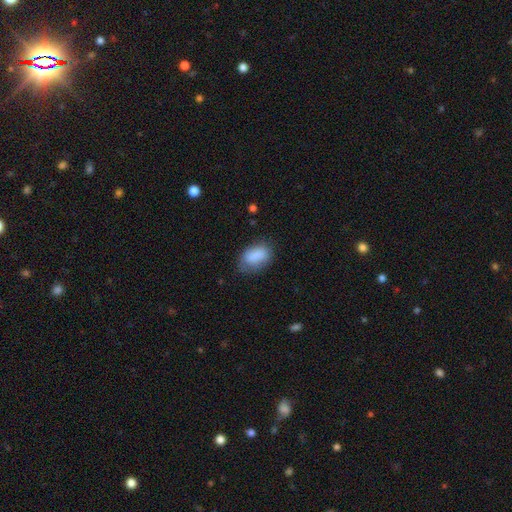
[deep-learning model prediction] smooth_or_featured: smooth (p=0.86) [alt: star or artifact p=0.07]
how_rounded: in between (p=0.88) [alt: round p=0.10]
merging: none (p=0.65) [alt: minor disturbance p=0.25]